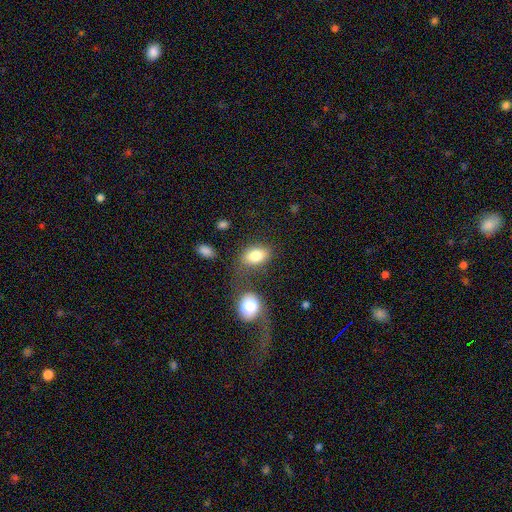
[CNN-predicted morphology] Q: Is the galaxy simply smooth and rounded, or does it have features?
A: smooth — 79%.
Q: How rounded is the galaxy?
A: in between — 81%.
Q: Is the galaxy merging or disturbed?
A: none — 64%.